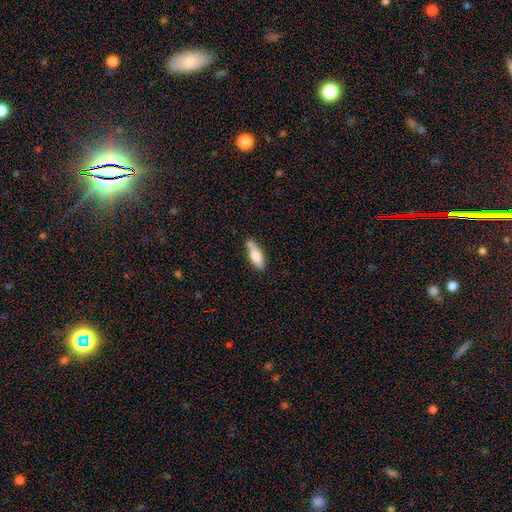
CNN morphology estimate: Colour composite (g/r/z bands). It shows a smooth galaxy with no disk features (72%) that is in between round and cigar-shaped (52%). Merging: none (68%).